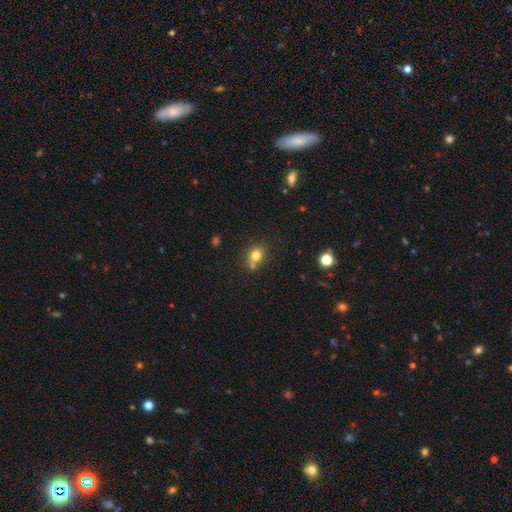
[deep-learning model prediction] smooth-or-featured: smooth: 76% | star or artifact: 13% | featured or disk: 11%
  how-rounded: round: 57% | in between: 41% | cigar-shaped: 1%
  merging: none: 58% | merger: 26% | minor disturbance: 13% | major disturbance: 4%